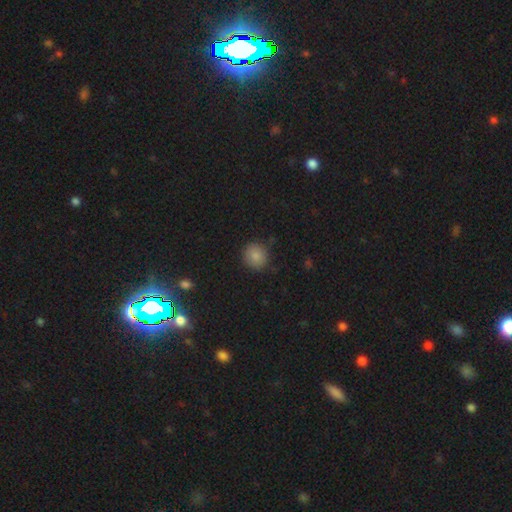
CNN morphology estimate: Smooth or featured? smooth (84%)
How rounded? round (90%)
Merging? none (83%)